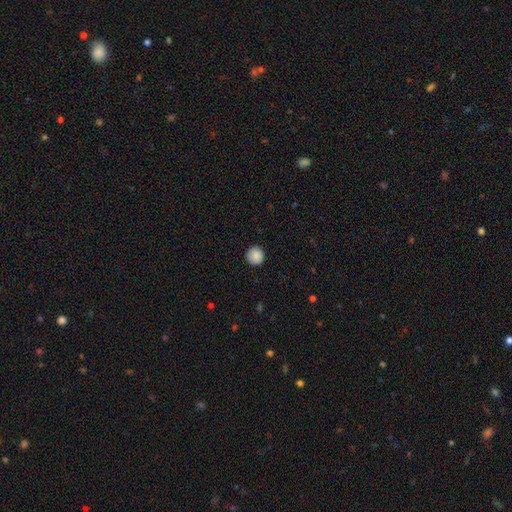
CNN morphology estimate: Smooth or featured? Predicted: smooth (p=0.88). How rounded? Predicted: round (p=0.95). Merging? Predicted: none (p=0.90).